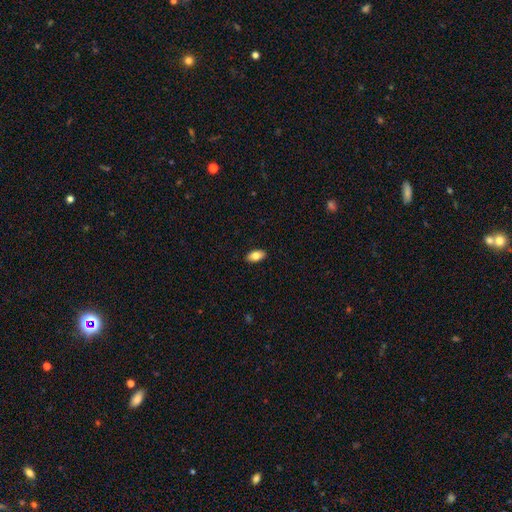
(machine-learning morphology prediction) Smooth or featured?
  - smooth: 82% *
  - featured or disk: 11%
  - star or artifact: 7%
How rounded?
  - in between: 93% *
  - round: 4%
  - cigar-shaped: 3%
Merging?
  - none: 90% *
  - minor disturbance: 8%
  - major disturbance: 2%
  - merger: 1%